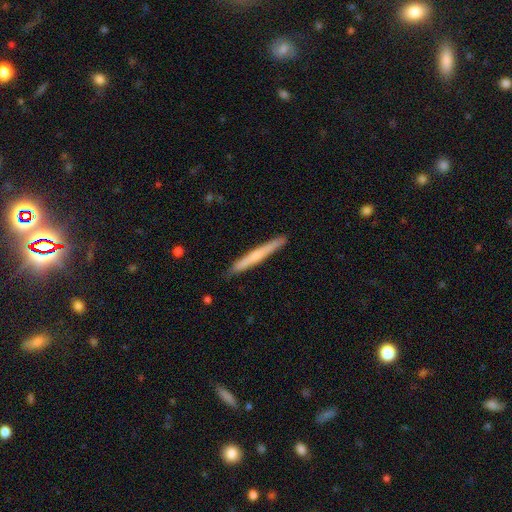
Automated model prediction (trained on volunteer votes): Morphology: type=smooth (50%); merging=none (90%).